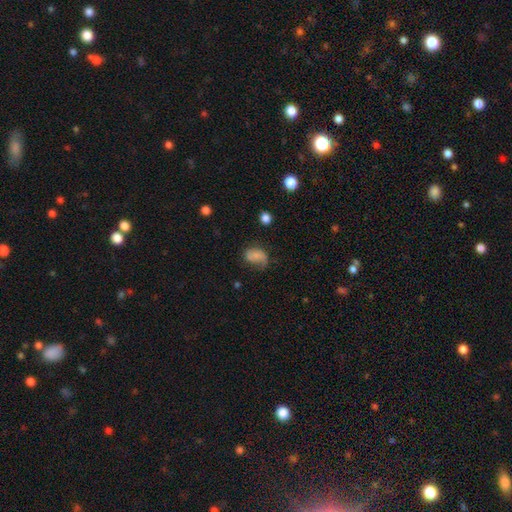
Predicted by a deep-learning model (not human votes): The model was most divided on "merging": none: 44%, minor disturbance: 31%, major disturbance: 22%, merger: 3%. More confident: how rounded — in between (81%); smooth or featured — smooth (65%).